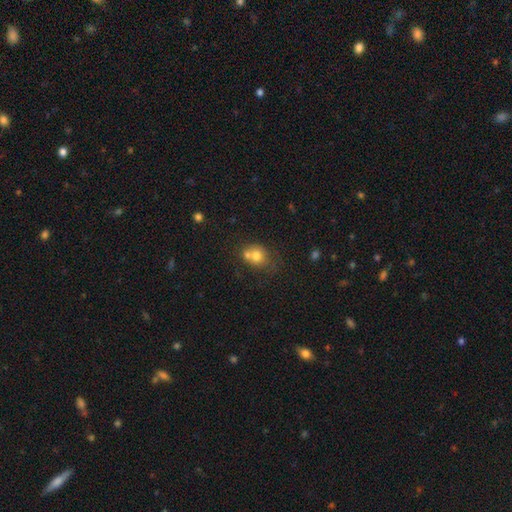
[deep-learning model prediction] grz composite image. It shows a smooth galaxy with no disk features (72%) that is round (68%). Merging: merger (46%).